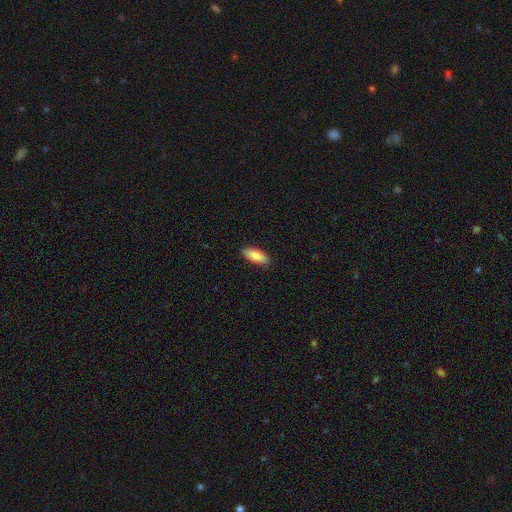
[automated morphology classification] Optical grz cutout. It shows a smooth galaxy with no disk features (85%) that is in between round and cigar-shaped (79%). Merging: none (89%).